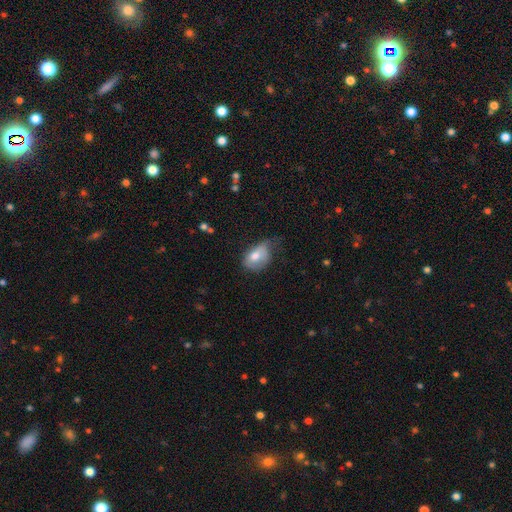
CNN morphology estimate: This is likely a smooth galaxy (71%). How rounded: clearly in between (81%). Merging: marginally minor disturbance (41%).